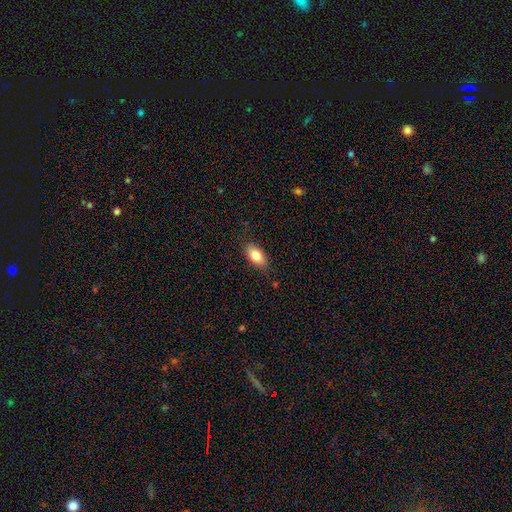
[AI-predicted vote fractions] Morphology: type=smooth (83%); roundness=in between (91%); merging=none (83%).